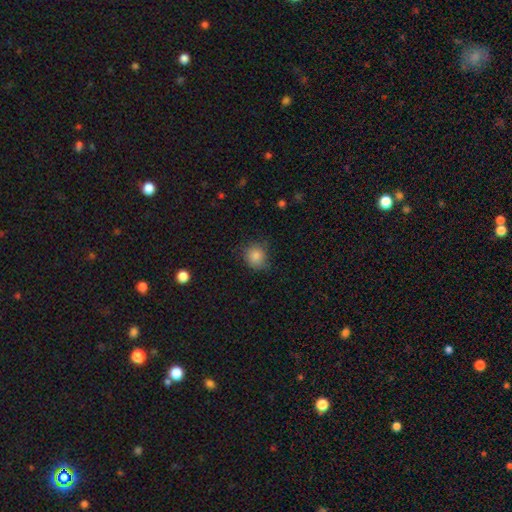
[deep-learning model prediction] Smooth or featured: smooth — 85% (star or artifact — 10%)
How rounded: round — 81% (in between — 18%)
Merging: none — 75% (minor disturbance — 19%)